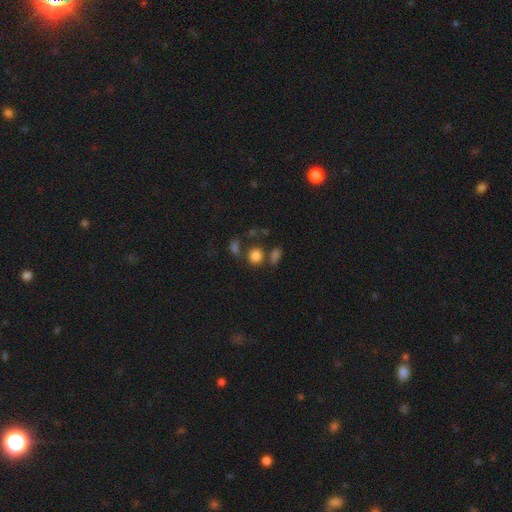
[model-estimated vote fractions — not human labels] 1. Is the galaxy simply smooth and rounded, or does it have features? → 80% smooth, 13% star or artifact, 7% featured or disk.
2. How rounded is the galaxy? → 78% round, 21% in between, 1% cigar-shaped.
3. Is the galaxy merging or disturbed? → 63% none, 20% merger, 11% minor disturbance, 6% major disturbance.